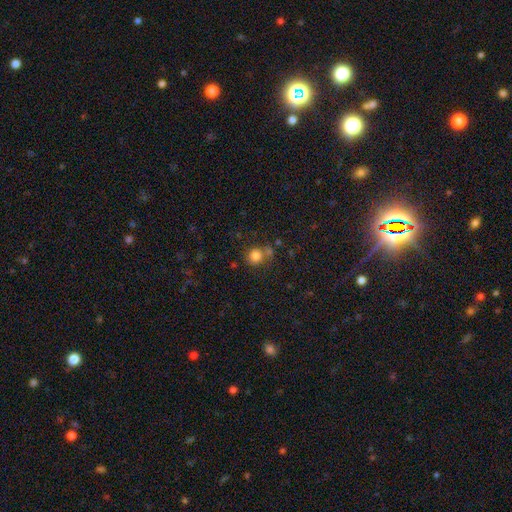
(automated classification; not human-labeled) smooth-or-featured: smooth: 81% | star or artifact: 12% | featured or disk: 6%
  how-rounded: round: 88% | in between: 11% | cigar-shaped: 1%
  merging: none: 63% | merger: 20% | minor disturbance: 12% | major disturbance: 5%